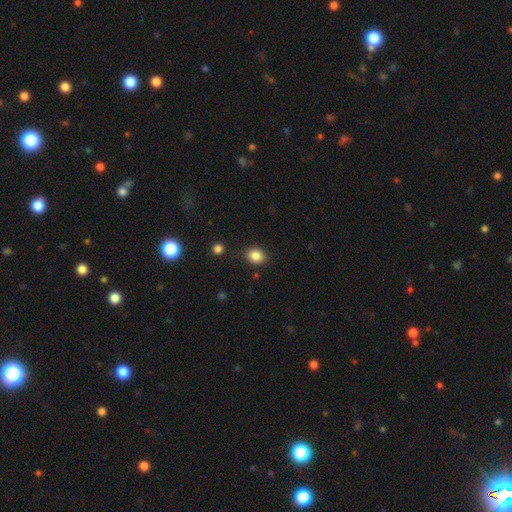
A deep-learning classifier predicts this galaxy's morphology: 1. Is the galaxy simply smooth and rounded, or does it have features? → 85% smooth, 10% star or artifact, 5% featured or disk.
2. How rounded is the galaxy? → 52% round, 48% in between, 1% cigar-shaped.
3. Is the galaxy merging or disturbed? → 85% none, 10% minor disturbance, 3% major disturbance, 2% merger.